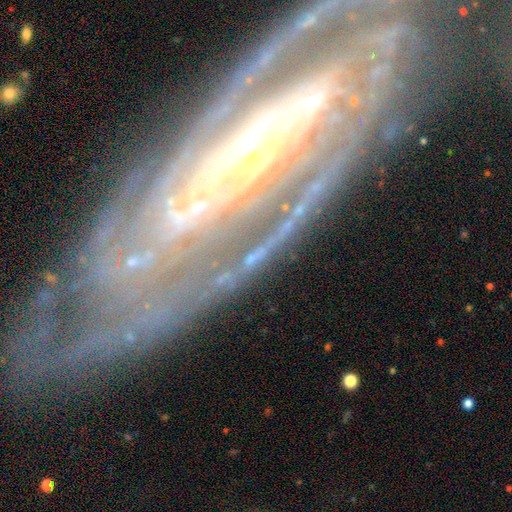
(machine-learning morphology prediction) type=featured or disk (81%); edge-on=no (84%); bar=no (37%); spiral arms=yes (86%); winding=tight (62%); arm count=can't tell (32%); bulge=small (54%); merging=none (68%).